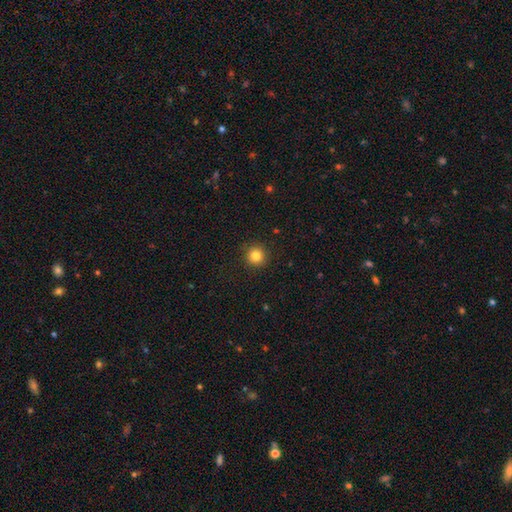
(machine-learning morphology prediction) Overall: smooth (83%). How rounded: round (95%). Merging: none (91%).